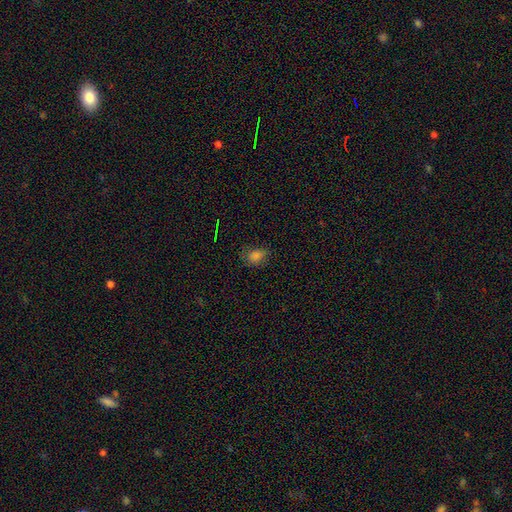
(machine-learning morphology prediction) A smooth galaxy with no disk features (73%) that is in between round and cigar-shaped (62%). Merging: none (70%).